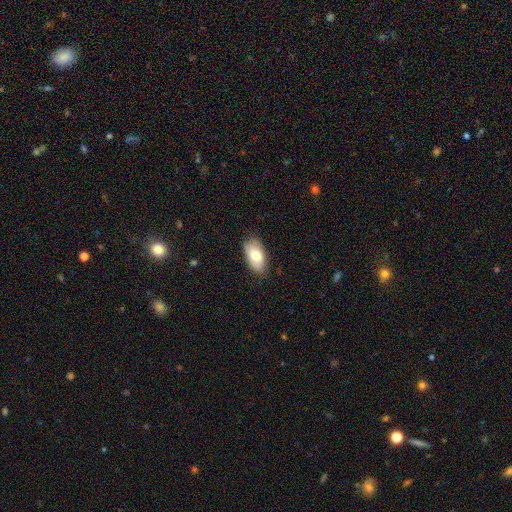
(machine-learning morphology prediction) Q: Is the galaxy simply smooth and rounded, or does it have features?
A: smooth — 77%.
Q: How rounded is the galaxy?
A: in between — 93%.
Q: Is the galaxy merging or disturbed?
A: none — 79%.